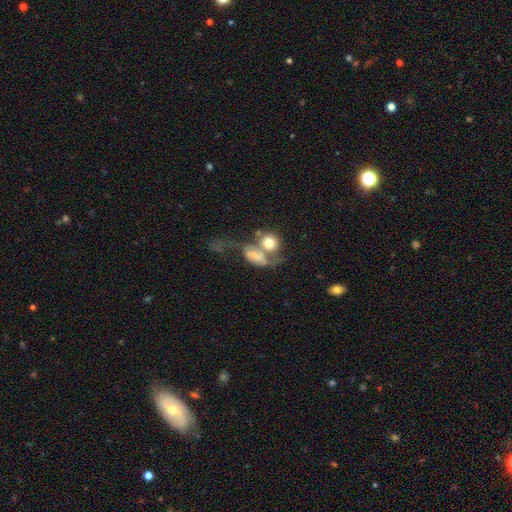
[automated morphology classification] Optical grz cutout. It shows a smooth galaxy with no disk features (54%) that is in between round and cigar-shaped (63%). Merging: merger (58%).